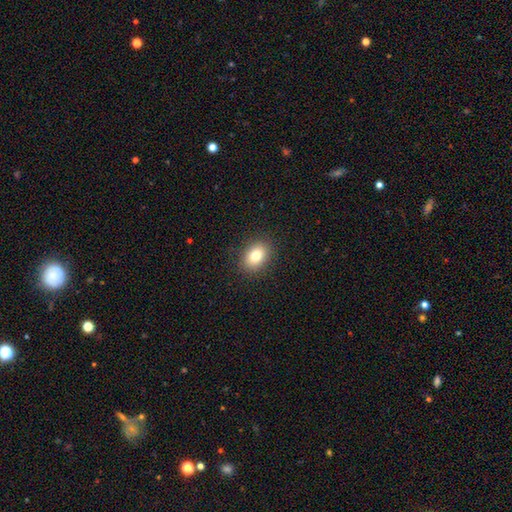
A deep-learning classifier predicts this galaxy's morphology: Smooth or featured: smooth — 80% (star or artifact — 10%)
How rounded: in between — 72% (round — 27%)
Merging: none — 89% (minor disturbance — 8%)